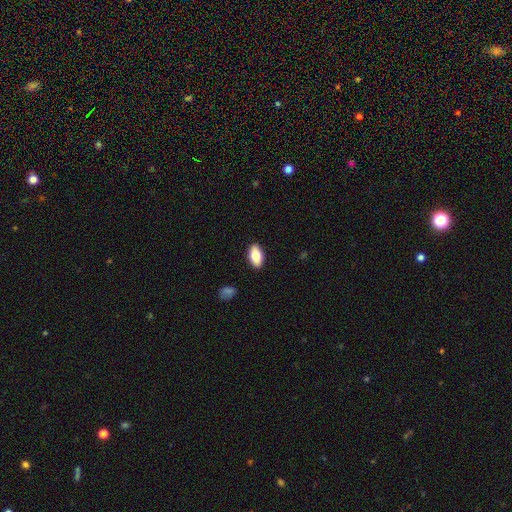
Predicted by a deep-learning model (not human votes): Q: Smooth or featured?
A: smooth (81%); runner-up: featured or disk (13%)
Q: How rounded?
A: in between (92%); runner-up: cigar-shaped (4%)
Q: Merging?
A: none (89%); runner-up: minor disturbance (8%)